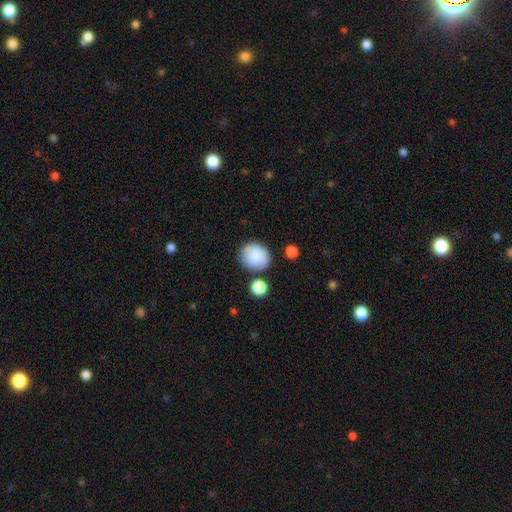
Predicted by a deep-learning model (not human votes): This appears to be a smooth galaxy with no disk features (85%) that is round (68%). Merging: none (75%).